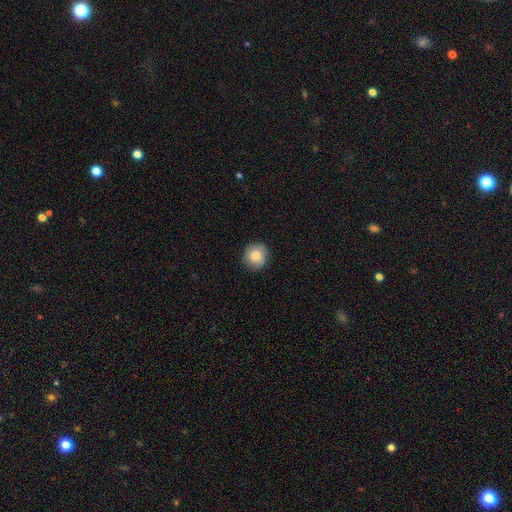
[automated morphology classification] A smooth galaxy with no disk features (83%) that is round (92%).

Vote fractions:
- Smooth or featured? smooth: 83% / featured or disk: 9% / star or artifact: 8%
- How rounded? round: 92% / in between: 7% / cigar-shaped: 1%
- Merging? none: 87% / minor disturbance: 10% / major disturbance: 2% / merger: 1%